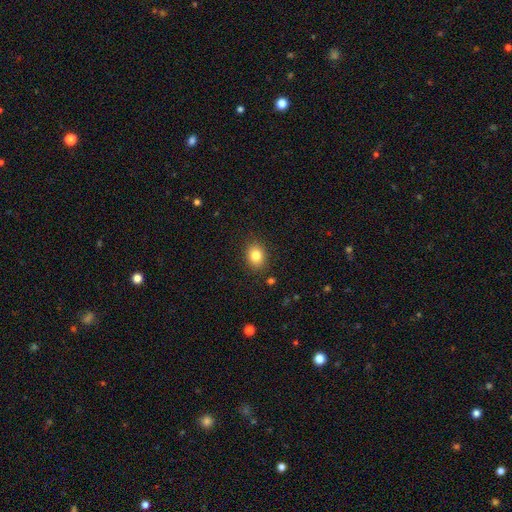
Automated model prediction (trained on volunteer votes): Smooth or featured?
  - smooth: 83% *
  - star or artifact: 10%
  - featured or disk: 7%
How rounded?
  - in between: 51% *
  - round: 48%
  - cigar-shaped: 1%
Merging?
  - none: 88% *
  - minor disturbance: 8%
  - major disturbance: 2%
  - merger: 1%